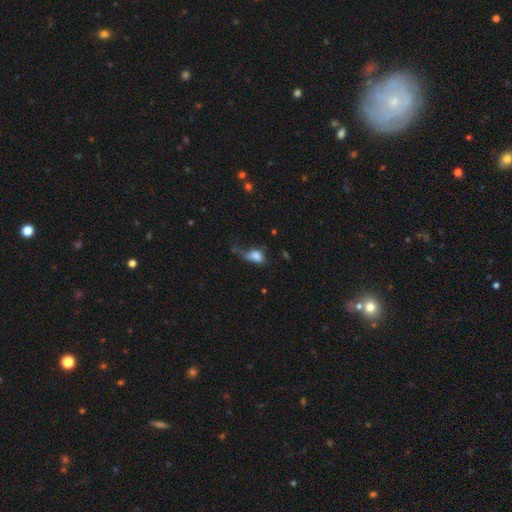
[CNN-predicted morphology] Smooth or featured?
  - smooth: 70% *
  - featured or disk: 20%
  - star or artifact: 11%
How rounded?
  - in between: 75% *
  - round: 20%
  - cigar-shaped: 5%
Merging?
  - major disturbance: 51% *
  - minor disturbance: 22%
  - none: 20%
  - merger: 7%